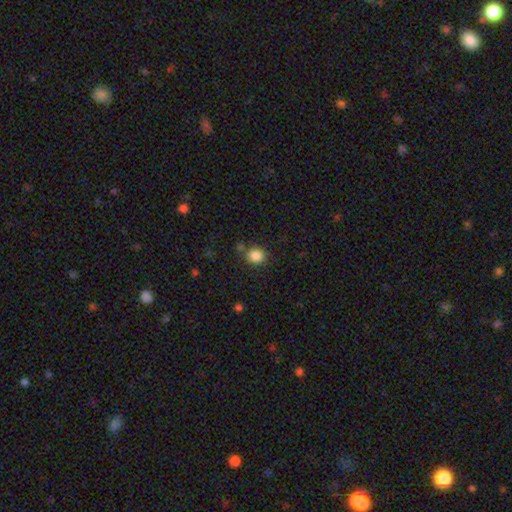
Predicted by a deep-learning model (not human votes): Smooth or featured? smooth (86%)
How rounded? round (75%)
Merging? none (80%)